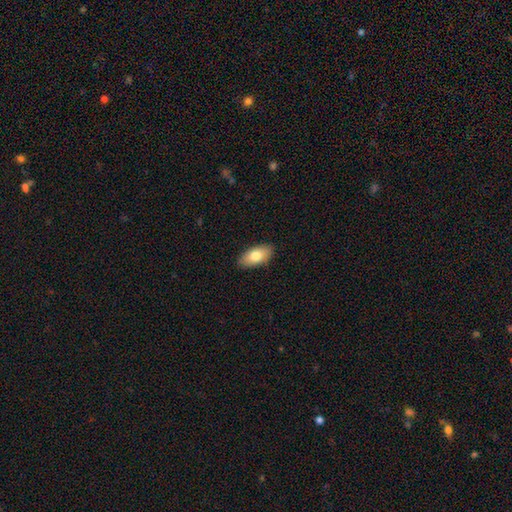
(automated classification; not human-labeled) Smooth or featured: smooth — 78% (featured or disk — 15%)
How rounded: in between — 92% (cigar-shaped — 5%)
Merging: none — 88% (minor disturbance — 9%)